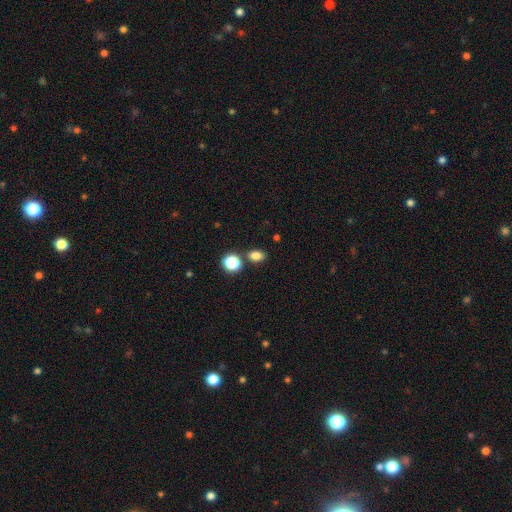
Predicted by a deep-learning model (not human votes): smooth_or_featured: smooth (p=0.81) [alt: star or artifact p=0.14]
how_rounded: in between (p=0.70) [alt: round p=0.28]
merging: none (p=0.78) [alt: merger p=0.10]